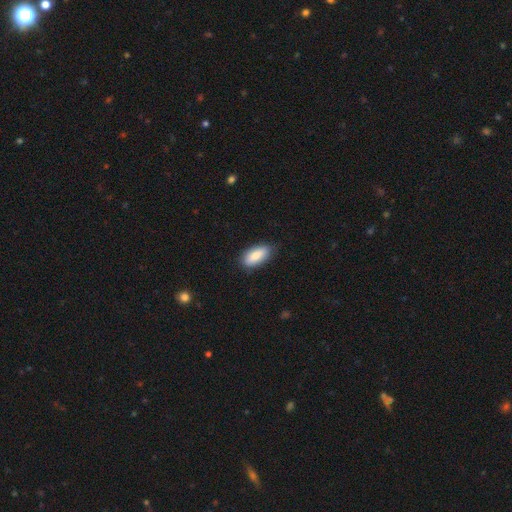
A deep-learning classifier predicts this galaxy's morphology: A smooth galaxy with no disk features (84%) that is in between round and cigar-shaped (88%).

Vote fractions:
- Smooth or featured? smooth: 84% / featured or disk: 9% / star or artifact: 6%
- How rounded? in between: 88% / cigar-shaped: 10% / round: 2%
- Merging? none: 80% / minor disturbance: 16% / major disturbance: 3% / merger: 1%